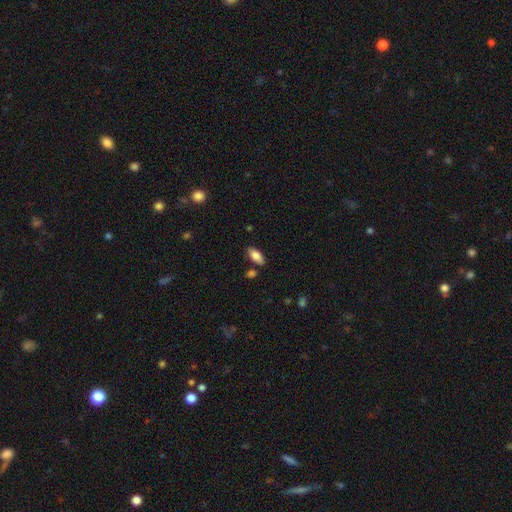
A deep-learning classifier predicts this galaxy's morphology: The model was most divided on "smooth or featured": smooth: 81%, featured or disk: 12%, star or artifact: 7%. More confident: how rounded — in between (87%); merging — none (82%).